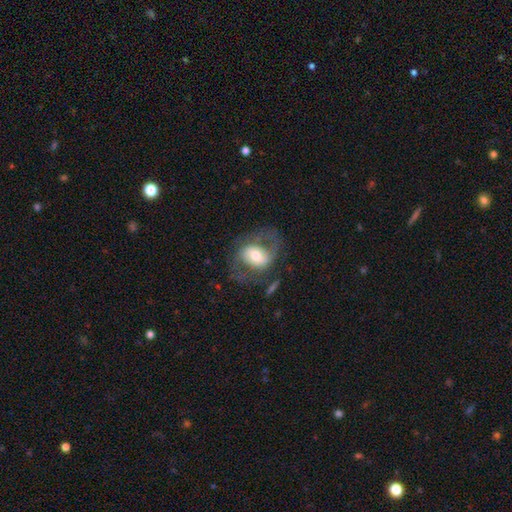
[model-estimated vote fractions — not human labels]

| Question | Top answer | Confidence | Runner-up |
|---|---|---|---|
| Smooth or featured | featured or disk | 60% | smooth (34%) |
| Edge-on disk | no | 95% | yes (5%) |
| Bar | no | 44% | weak (36%) |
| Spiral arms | yes | 66% | no (34%) |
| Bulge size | moderate | 63% | large (19%) |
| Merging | none | 56% | major disturbance (22%) |